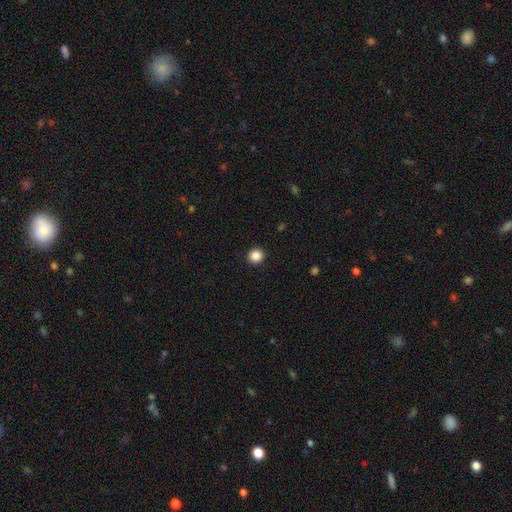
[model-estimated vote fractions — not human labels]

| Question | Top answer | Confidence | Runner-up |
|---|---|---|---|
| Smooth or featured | smooth | 88% | star or artifact (10%) |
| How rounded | round | 91% | in between (8%) |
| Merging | none | 93% | minor disturbance (5%) |